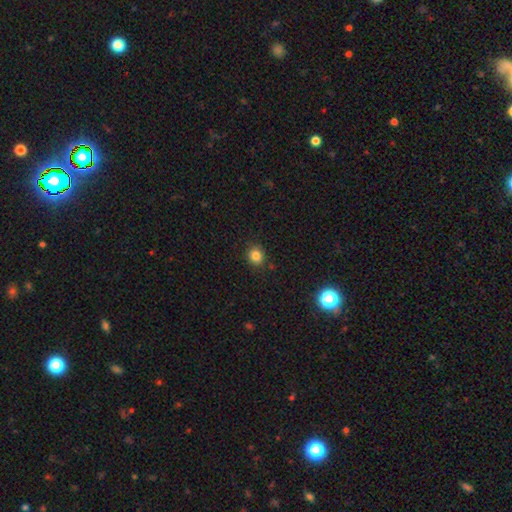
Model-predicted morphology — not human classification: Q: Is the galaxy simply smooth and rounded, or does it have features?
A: smooth — 83%.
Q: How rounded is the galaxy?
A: round — 83%.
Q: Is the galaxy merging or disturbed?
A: none — 88%.